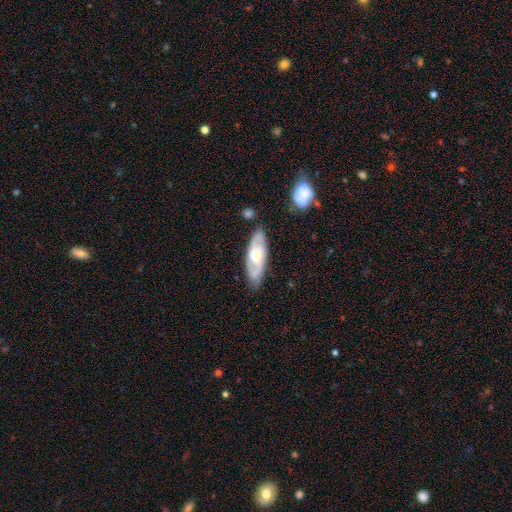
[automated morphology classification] Overall: featured or disk (68%). Edge-on disk: no (82%). Bar: no (62%; weak 31%). Spiral arms: yes (85%). Bulge size: moderate (67%). Merging: none (79%).